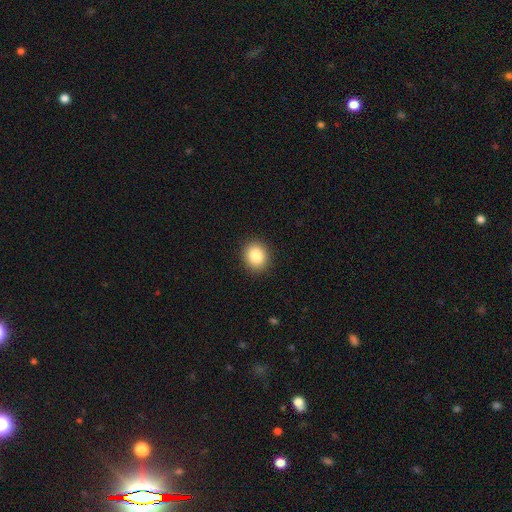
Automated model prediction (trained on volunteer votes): Smooth or featured? smooth (86%)
How rounded? round (74%)
Merging? none (91%)